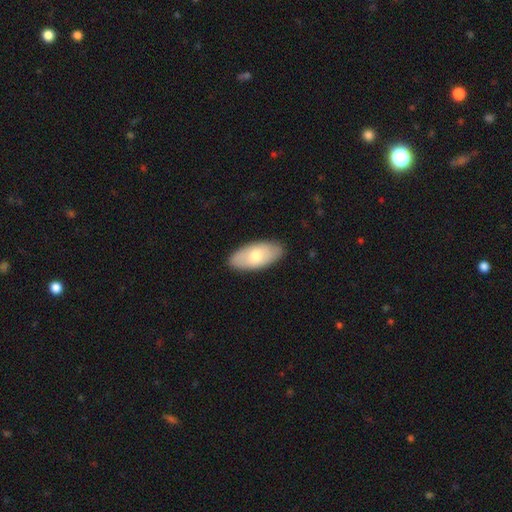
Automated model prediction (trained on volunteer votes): smooth 69%, featured or disk 26%, star or artifact 5%. Down the decision tree: how rounded — in between (92%); merging — none (88%).